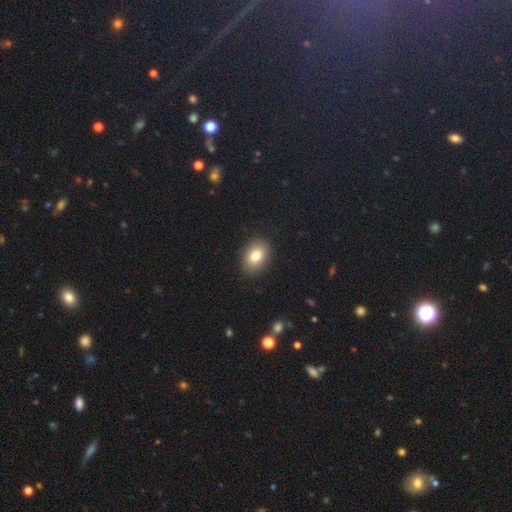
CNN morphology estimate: Smooth or featured?
  - smooth: 81% *
  - featured or disk: 10%
  - star or artifact: 9%
How rounded?
  - in between: 72% *
  - round: 27%
  - cigar-shaped: 1%
Merging?
  - none: 89% *
  - minor disturbance: 8%
  - major disturbance: 2%
  - merger: 1%